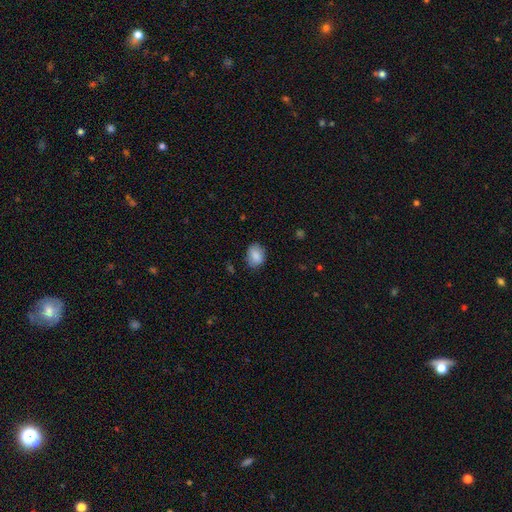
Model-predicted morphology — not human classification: Overall: smooth (84%). How rounded: in between (59%; round 40%). Merging: none (79%).